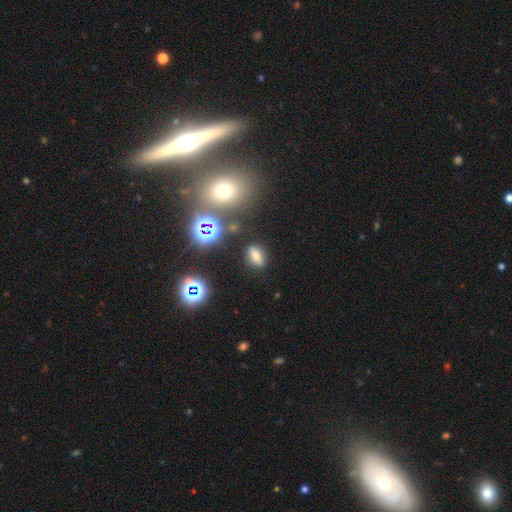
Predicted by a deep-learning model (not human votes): A smooth galaxy with no disk features (60%) that is in between round and cigar-shaped (75%). Merging: none (84%).